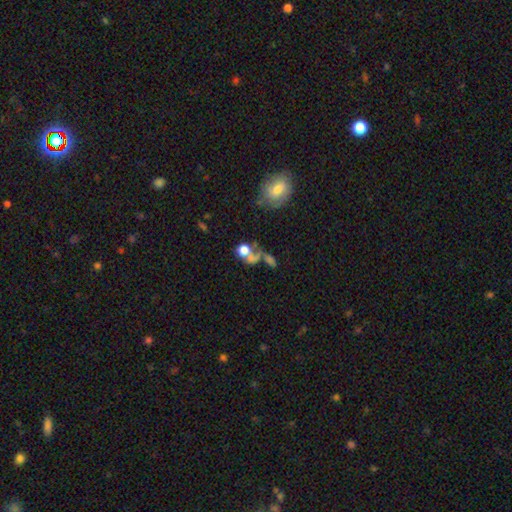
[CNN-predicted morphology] Smooth or featured: smooth — 39% (tied with star or artifact — 39%)
Merging: none — 54% (merger — 25%)